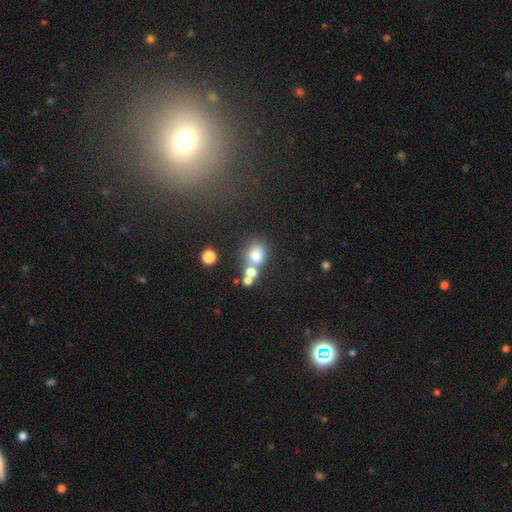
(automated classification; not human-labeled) Smooth or featured?
  - smooth: 71% *
  - star or artifact: 16%
  - featured or disk: 14%
How rounded?
  - round: 62% *
  - in between: 37%
  - cigar-shaped: 1%
Merging?
  - none: 44% *
  - merger: 37%
  - minor disturbance: 12%
  - major disturbance: 7%